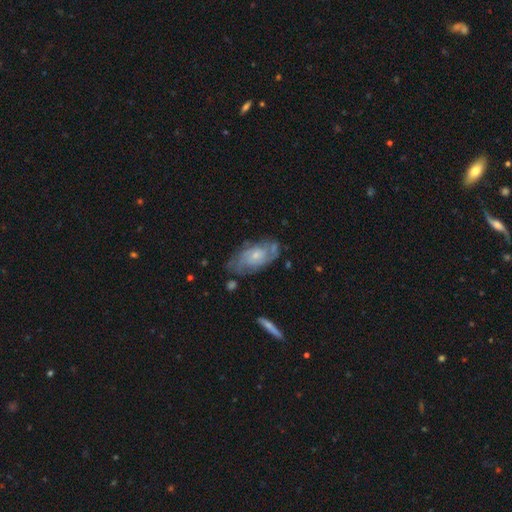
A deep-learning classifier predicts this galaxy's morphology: type=featured or disk (66%); edge-on=no (93%); bar=no (75%); spiral arms=yes (80%); bulge=small (62%); merging=none (60%).